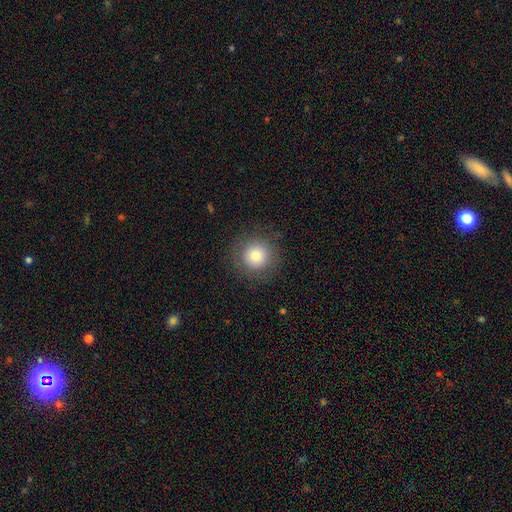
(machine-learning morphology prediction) Overall: smooth (78%). How rounded: round (95%). Merging: none (88%).